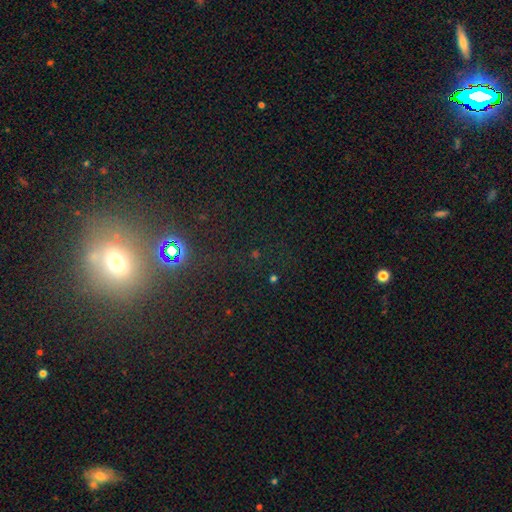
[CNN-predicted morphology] Smooth or featured? star or artifact (54%)